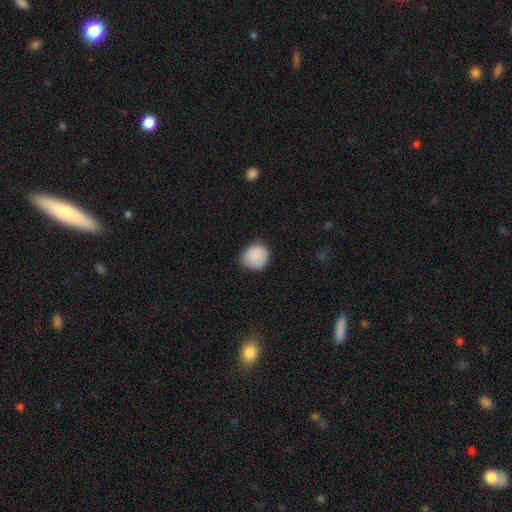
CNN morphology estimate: type=smooth (88%); roundness=round (83%); merging=none (78%).